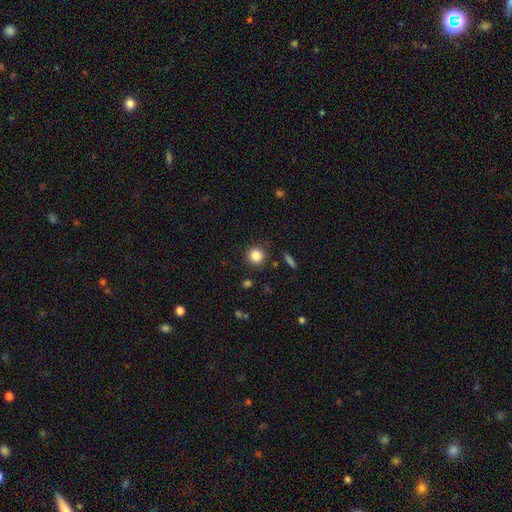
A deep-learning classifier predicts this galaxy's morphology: A smooth galaxy with no disk features (84%) that is round (92%).

Vote fractions:
- Smooth or featured? smooth: 84% / star or artifact: 11% / featured or disk: 5%
- How rounded? round: 92% / in between: 7% / cigar-shaped: 1%
- Merging? none: 88% / minor disturbance: 7% / major disturbance: 2% / merger: 2%